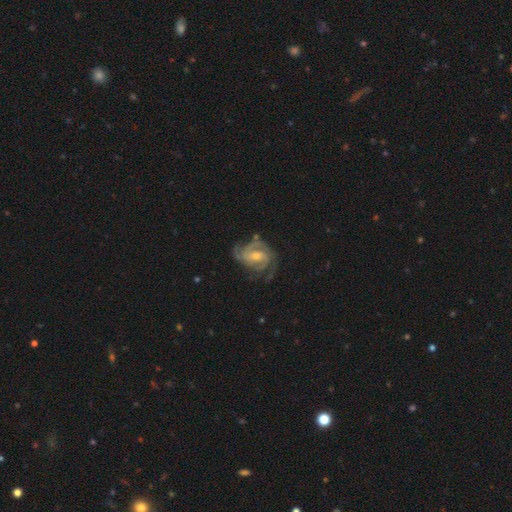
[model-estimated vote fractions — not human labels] Smooth or featured? Predicted: featured or disk (p=0.90). Edge-on disk? Predicted: no (p=0.98). Bar? Predicted: weak (p=0.47). Spiral arms? Predicted: yes (p=0.98). Spiral winding? Predicted: tight (p=0.54). Spiral arm count? Predicted: 2 (p=0.38). Bulge size? Predicted: moderate (p=0.49). Merging? Predicted: none (p=0.64).